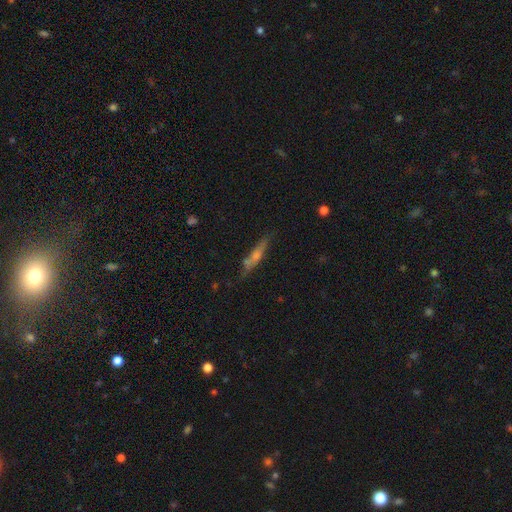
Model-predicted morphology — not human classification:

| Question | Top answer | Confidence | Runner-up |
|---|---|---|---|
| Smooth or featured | featured or disk | 53% | smooth (37%) |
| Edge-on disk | yes | 88% | no (12%) |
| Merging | none | 72% | minor disturbance (17%) |